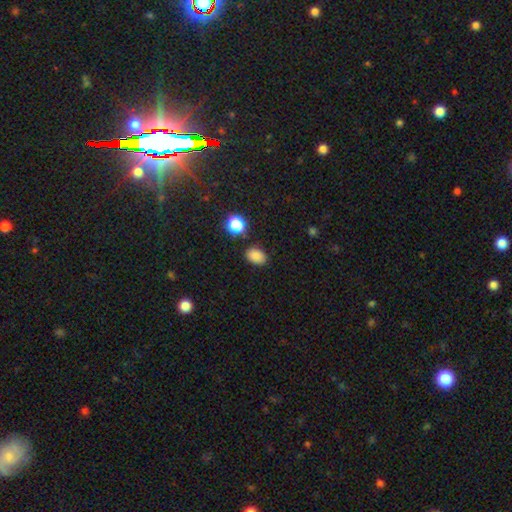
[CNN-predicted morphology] Q: Smooth or featured?
A: smooth (83%); runner-up: star or artifact (13%)
Q: How rounded?
A: in between (75%); runner-up: round (24%)
Q: Merging?
A: none (82%); runner-up: minor disturbance (12%)